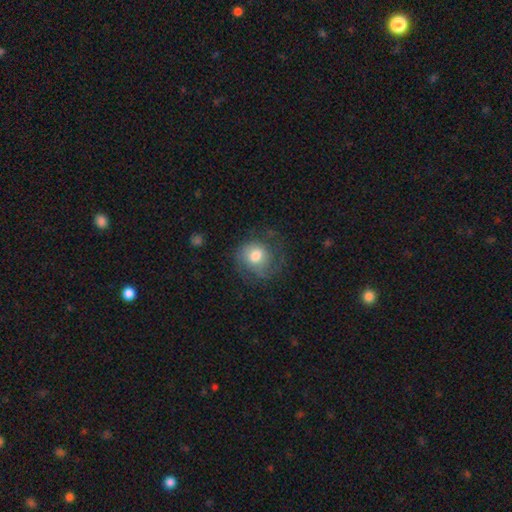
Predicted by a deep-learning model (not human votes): This is likely a smooth galaxy (60%). How rounded: likely round (75%). Merging: possibly none (52%).